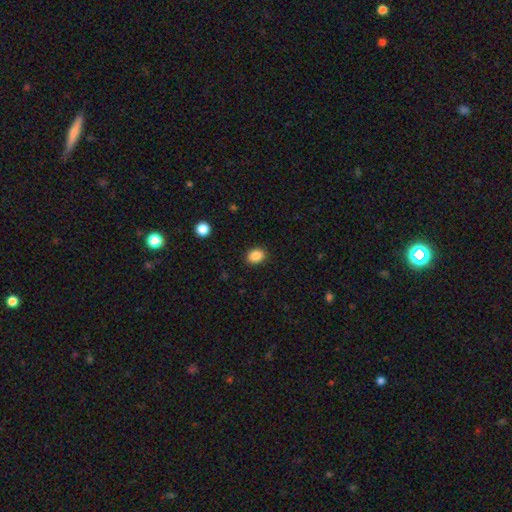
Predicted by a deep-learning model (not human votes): This is clearly a smooth galaxy (88%). How rounded: possibly in between (53%). Merging: clearly none (89%).